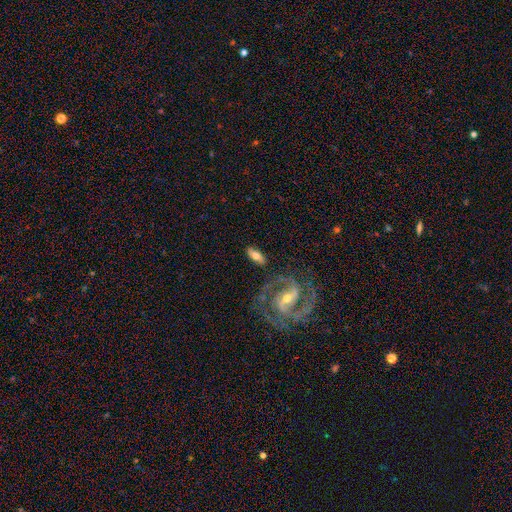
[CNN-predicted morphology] smooth 50%, featured or disk 44%, star or artifact 7%. Down the decision tree: merging — none (74%).